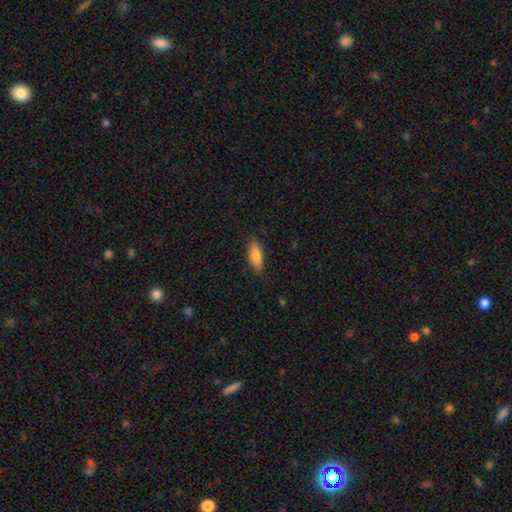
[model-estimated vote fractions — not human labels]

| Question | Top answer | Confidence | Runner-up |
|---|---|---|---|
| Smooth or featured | smooth | 82% | featured or disk (12%) |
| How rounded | in between | 60% | cigar-shaped (38%) |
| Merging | none | 84% | minor disturbance (13%) |